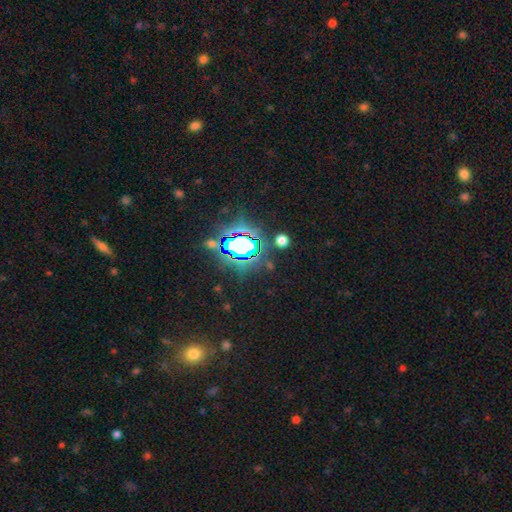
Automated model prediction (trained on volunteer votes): A star or artifact, not a galaxy (81%).

Vote fractions:
- Smooth or featured? star or artifact: 81% / smooth: 12% / featured or disk: 8%